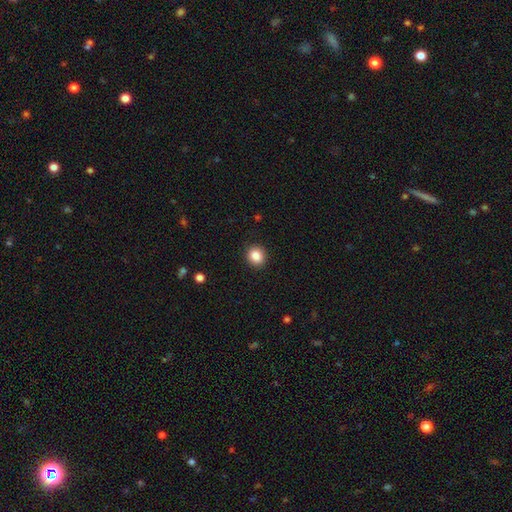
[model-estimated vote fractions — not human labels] smooth 87%, star or artifact 10%, featured or disk 3%. Down the decision tree: how rounded — round (80%); merging — none (90%).